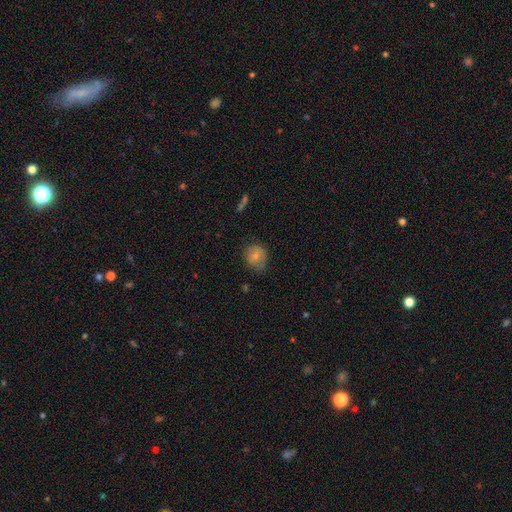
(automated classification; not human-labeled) This is likely a smooth galaxy (73%). How rounded: likely round (71%). Merging: likely none (65%).